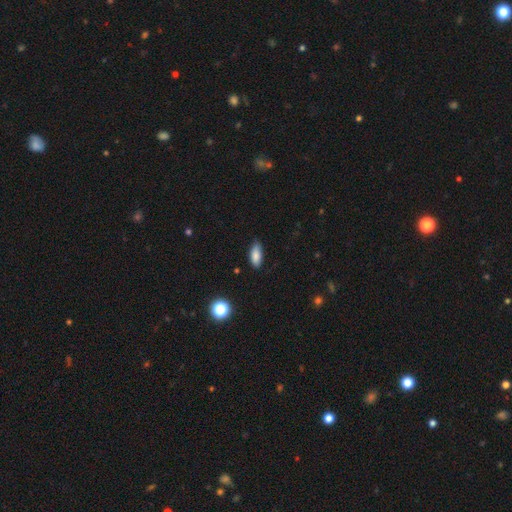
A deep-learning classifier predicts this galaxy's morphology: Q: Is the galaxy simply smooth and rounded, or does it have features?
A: smooth — 85%.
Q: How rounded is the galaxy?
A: in between — 81%.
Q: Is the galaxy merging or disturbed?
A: none — 81%.